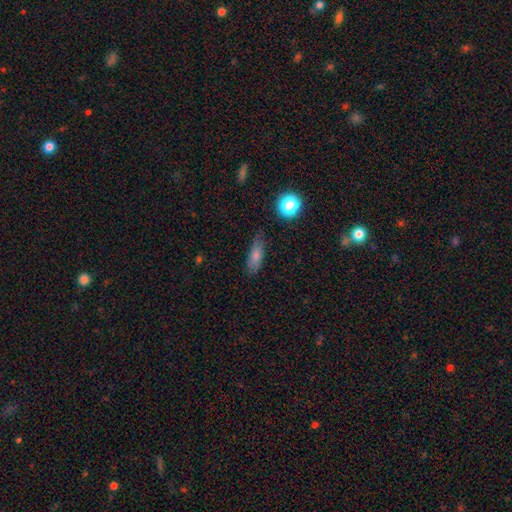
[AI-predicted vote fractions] A smooth galaxy with no disk features (76%) that is in between round and cigar-shaped (63%). Merging: none (69%).